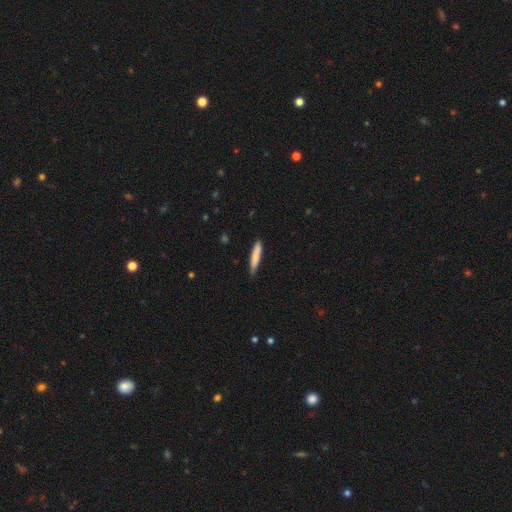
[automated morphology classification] Smooth or featured: smooth — 79% (featured or disk — 15%)
How rounded: cigar-shaped — 91% (in between — 7%)
Merging: none — 78% (minor disturbance — 17%)